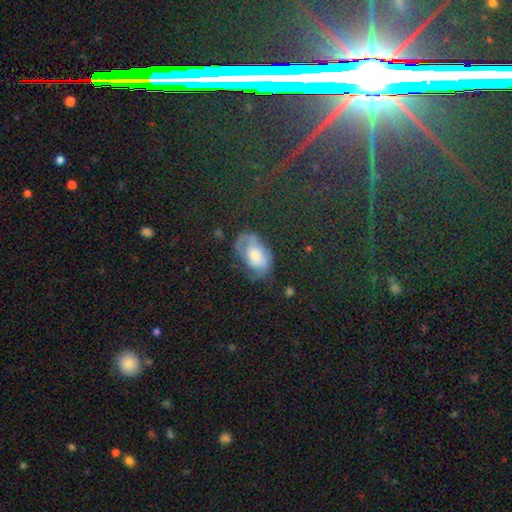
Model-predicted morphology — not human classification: Overall: smooth (46%; featured or disk 40%). Merging: none (49%; minor disturbance 30%).